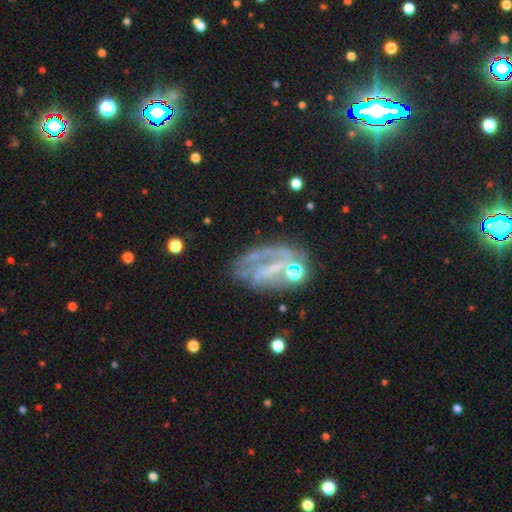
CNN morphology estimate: This is likely a featured or disk galaxy (68%). It is clearly not viewed edge-on (96%). Bar: possibly no (47%). Spiral arm pattern: possibly yes (57%). Central bulge: possibly none (52%). Merging: marginally none (43%).